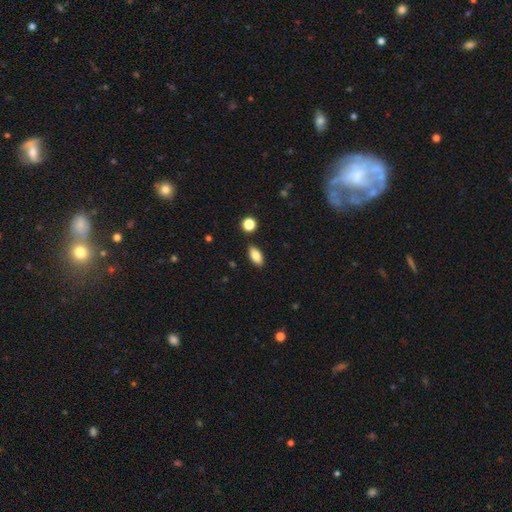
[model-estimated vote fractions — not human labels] Smooth or featured? Predicted: smooth (p=0.81). How rounded? Predicted: in between (p=0.87). Merging? Predicted: none (p=0.87).